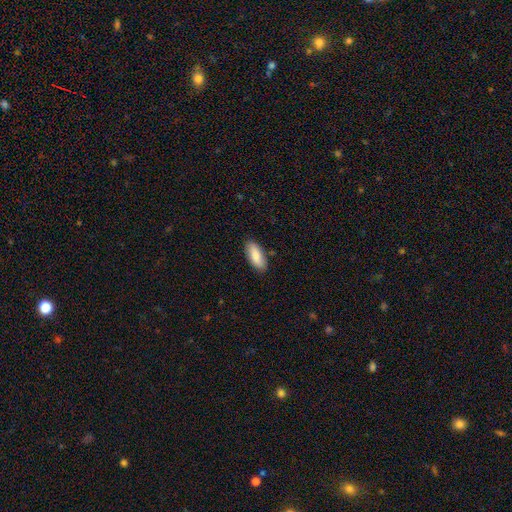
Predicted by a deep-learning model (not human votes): Smooth or featured: smooth — 82% (featured or disk — 12%)
How rounded: in between — 82% (cigar-shaped — 16%)
Merging: none — 87% (minor disturbance — 10%)